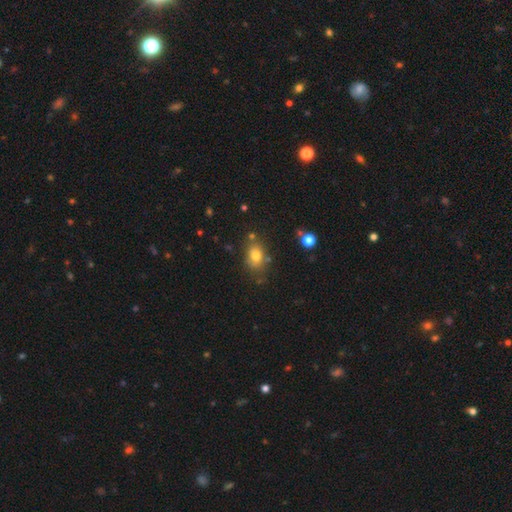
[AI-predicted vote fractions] A smooth galaxy with no disk features (78%) that is in between round and cigar-shaped (69%).

Vote fractions:
- Smooth or featured? smooth: 78% / star or artifact: 12% / featured or disk: 11%
- How rounded? in between: 69% / round: 30% / cigar-shaped: 1%
- Merging? none: 72% / minor disturbance: 16% / merger: 7% / major disturbance: 5%